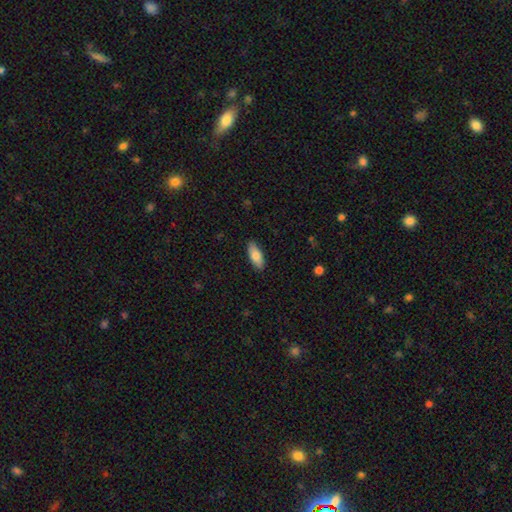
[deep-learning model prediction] This appears to be a smooth galaxy with no disk features (79%) that is in between round and cigar-shaped (77%). Merging: none (88%).